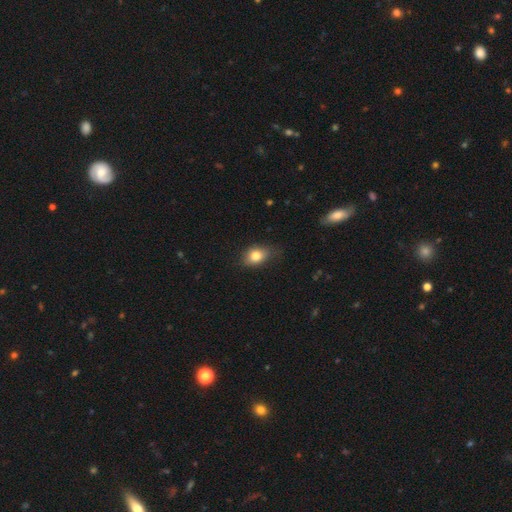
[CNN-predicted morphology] smooth_or_featured: smooth (p=0.79) [alt: featured or disk p=0.12]
how_rounded: in between (p=0.70) [alt: round p=0.28]
merging: none (p=0.70) [alt: minor disturbance p=0.24]